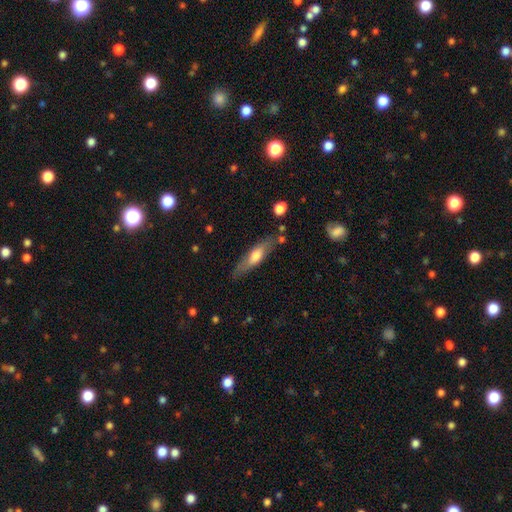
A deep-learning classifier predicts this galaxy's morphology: smooth_or_featured: smooth (p=0.53) [alt: featured or disk p=0.41]
how_rounded: cigar-shaped (p=0.68) [alt: in between p=0.30]
merging: none (p=0.75) [alt: minor disturbance p=0.17]